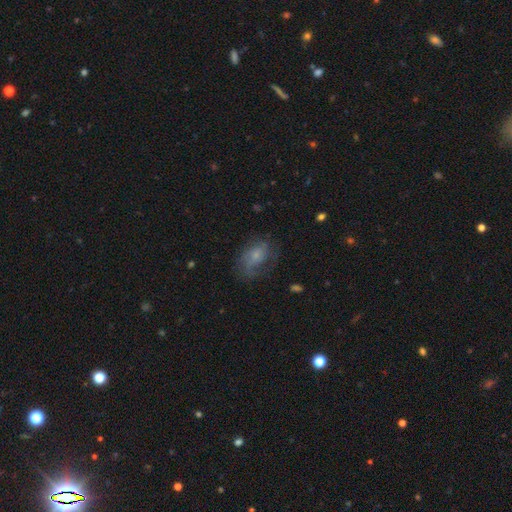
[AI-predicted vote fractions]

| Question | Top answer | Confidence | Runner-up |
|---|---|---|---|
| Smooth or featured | featured or disk | 48% | smooth (42%) |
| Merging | none | 51% | minor disturbance (24%) |